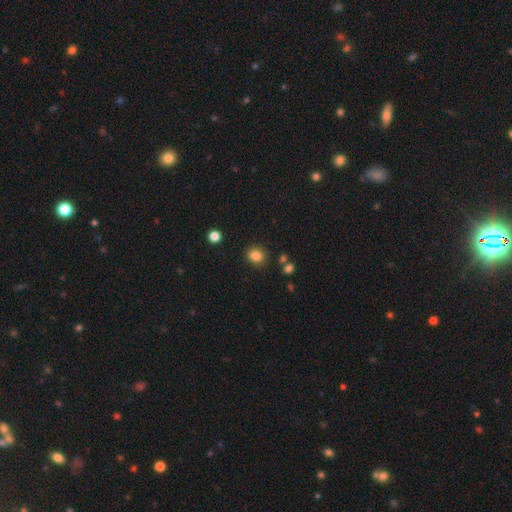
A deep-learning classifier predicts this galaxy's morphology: Q: Smooth or featured?
A: smooth (84%); runner-up: star or artifact (11%)
Q: How rounded?
A: round (76%); runner-up: in between (23%)
Q: Merging?
A: none (86%); runner-up: minor disturbance (8%)